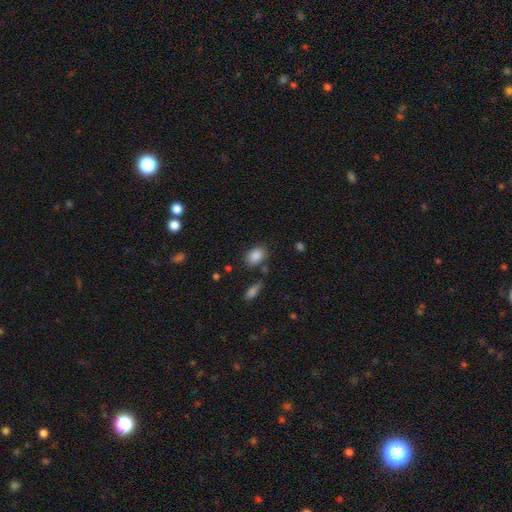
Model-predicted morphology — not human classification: A smooth galaxy with no disk features (87%) that is in between round and cigar-shaped (78%).

Vote fractions:
- Smooth or featured? smooth: 87% / star or artifact: 9% / featured or disk: 5%
- How rounded? in between: 78% / round: 20% / cigar-shaped: 1%
- Merging? none: 73% / minor disturbance: 16% / merger: 6% / major disturbance: 5%